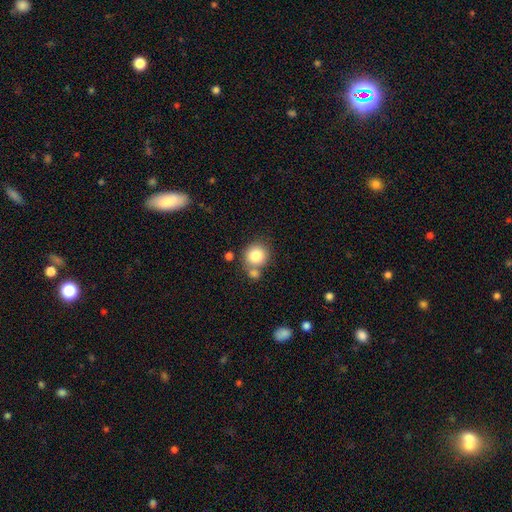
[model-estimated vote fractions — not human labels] Smooth or featured? smooth (82%)
How rounded? round (88%)
Merging? none (58%)